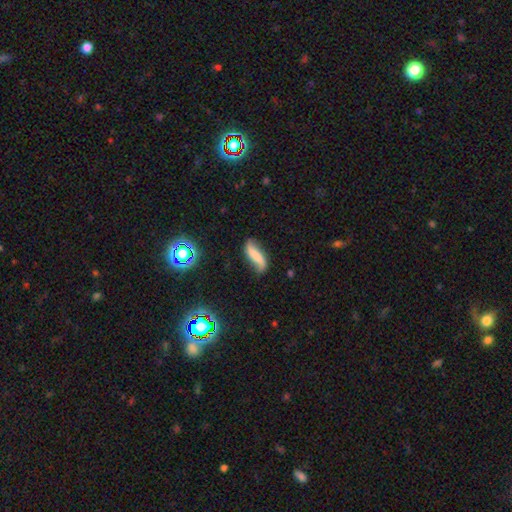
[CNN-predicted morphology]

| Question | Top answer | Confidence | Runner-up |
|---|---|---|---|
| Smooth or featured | featured or disk | 46% | smooth (44%) |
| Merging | none | 65% | minor disturbance (25%) |